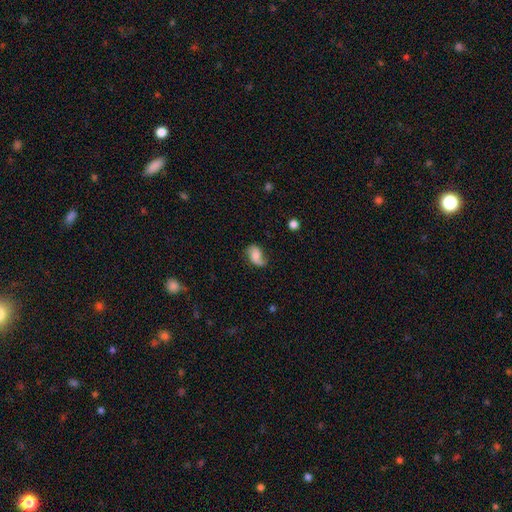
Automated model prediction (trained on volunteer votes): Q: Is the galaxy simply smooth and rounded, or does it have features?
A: featured or disk — 48%.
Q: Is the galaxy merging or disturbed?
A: none — 56%.